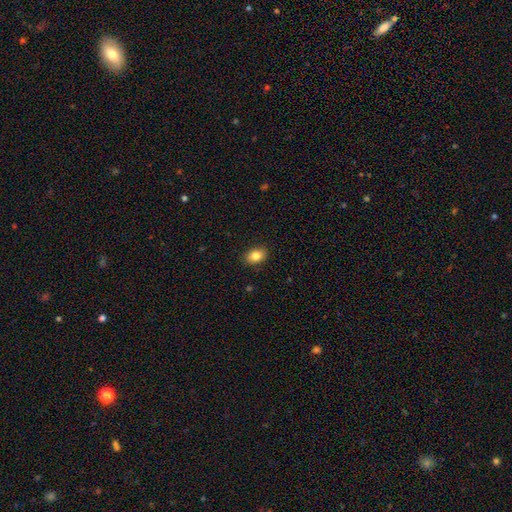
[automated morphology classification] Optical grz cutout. It shows a smooth galaxy with no disk features (83%) that is in between round and cigar-shaped (78%). Merging: none (89%).